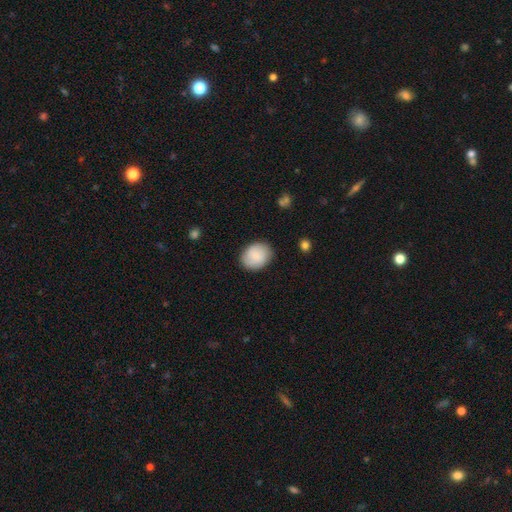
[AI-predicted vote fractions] Morphology: type=smooth (82%); roundness=round (53%); merging=none (84%).